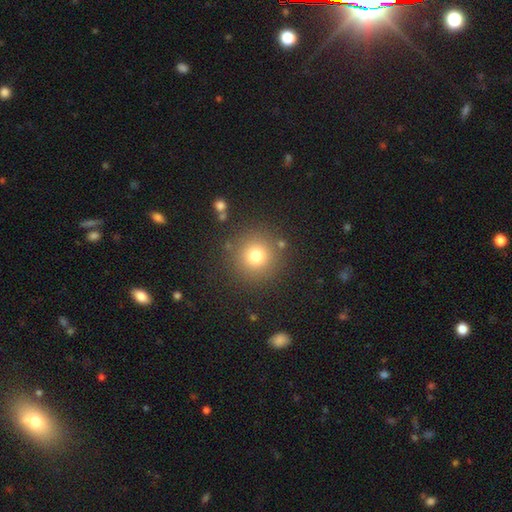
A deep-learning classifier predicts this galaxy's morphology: Smooth or featured: smooth — 76% (star or artifact — 15%)
How rounded: round — 95% (in between — 4%)
Merging: none — 86% (minor disturbance — 7%)